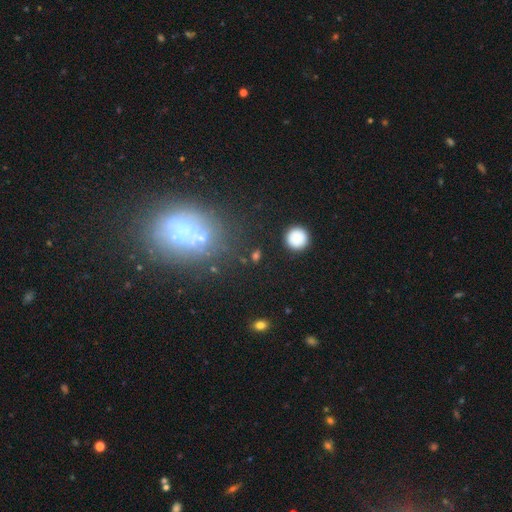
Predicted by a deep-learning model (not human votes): Overall: smooth (56%; star or artifact 29%). How rounded: round (74%). Merging: none (75%).